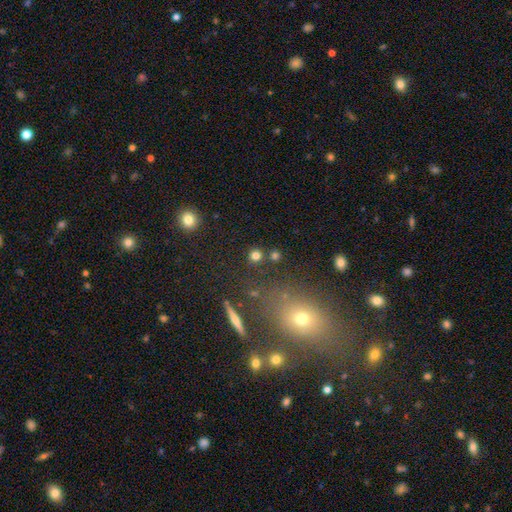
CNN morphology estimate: type=smooth (76%); roundness=round (93%); merging=none (82%).